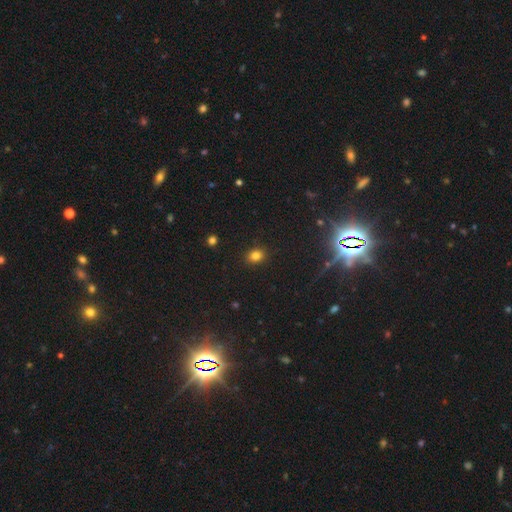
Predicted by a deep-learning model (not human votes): smooth_or_featured: smooth (p=0.82) [alt: star or artifact p=0.13]
how_rounded: round (p=0.57) [alt: in between p=0.42]
merging: none (p=0.89) [alt: minor disturbance p=0.08]